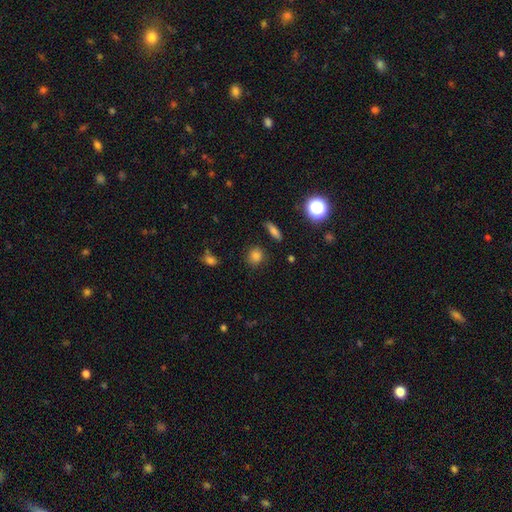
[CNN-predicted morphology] Overall: smooth (81%). How rounded: round (78%). Merging: none (85%).